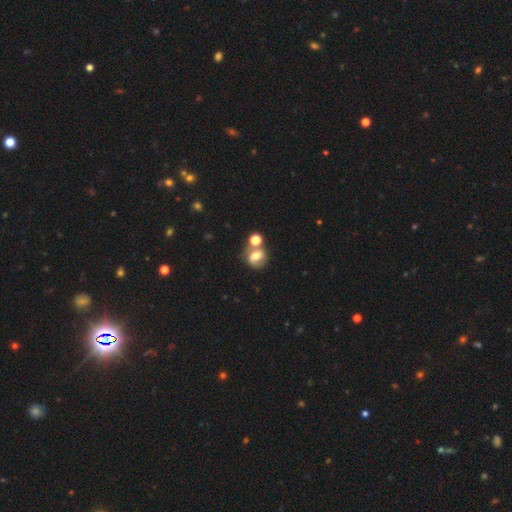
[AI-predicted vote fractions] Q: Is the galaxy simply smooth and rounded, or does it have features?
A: smooth — 56%.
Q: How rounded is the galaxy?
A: round — 56%.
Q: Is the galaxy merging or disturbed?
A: none — 42%.